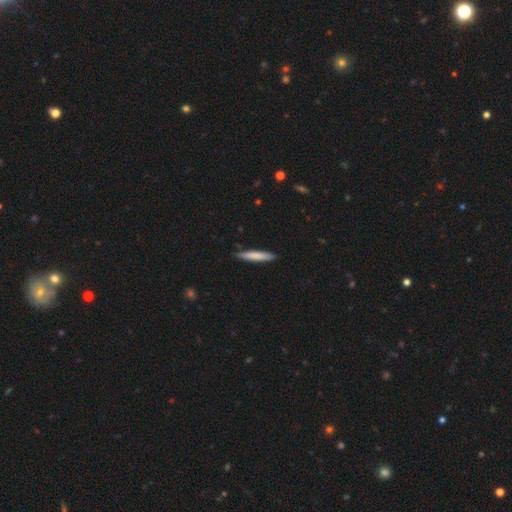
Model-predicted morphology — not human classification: A smooth galaxy with no disk features (77%) that is cigar-shaped (92%).

Vote fractions:
- Smooth or featured? smooth: 77% / featured or disk: 18% / star or artifact: 5%
- How rounded? cigar-shaped: 92% / in between: 6% / round: 1%
- Merging? none: 87% / minor disturbance: 10% / major disturbance: 2% / merger: 1%